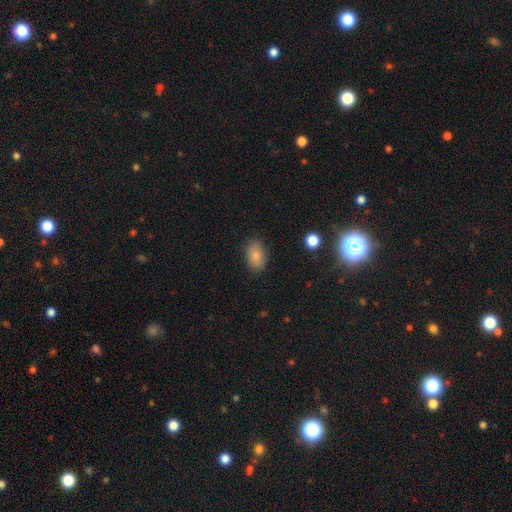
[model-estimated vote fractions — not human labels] A smooth galaxy with no disk features (83%) that is in between round and cigar-shaped (85%).

Vote fractions:
- Smooth or featured? smooth: 83% / featured or disk: 9% / star or artifact: 8%
- How rounded? in between: 85% / round: 14% / cigar-shaped: 1%
- Merging? none: 84% / minor disturbance: 12% / major disturbance: 3% / merger: 1%